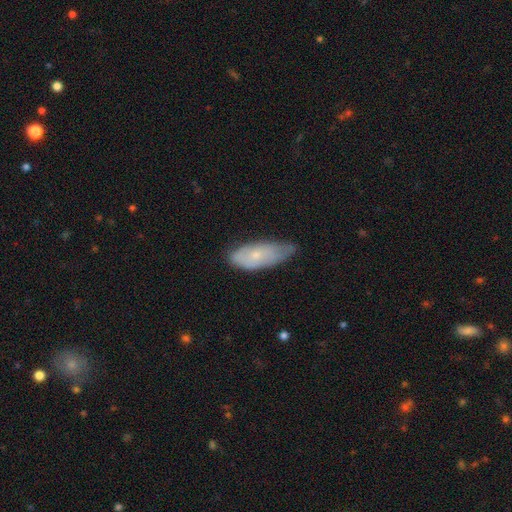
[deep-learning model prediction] This appears to be a smooth galaxy with no disk features (59%) that is in between round and cigar-shaped (80%). Merging: none (48%).